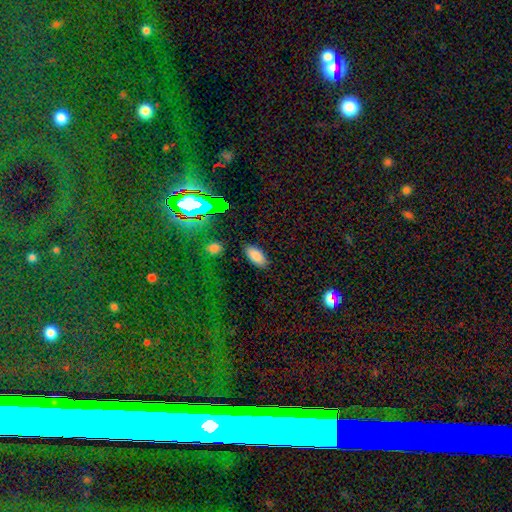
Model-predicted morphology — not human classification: smooth-or-featured: smooth: 82% | star or artifact: 11% | featured or disk: 7%
  how-rounded: in between: 91% | cigar-shaped: 6% | round: 3%
  merging: none: 85% | minor disturbance: 10% | major disturbance: 3% | merger: 2%